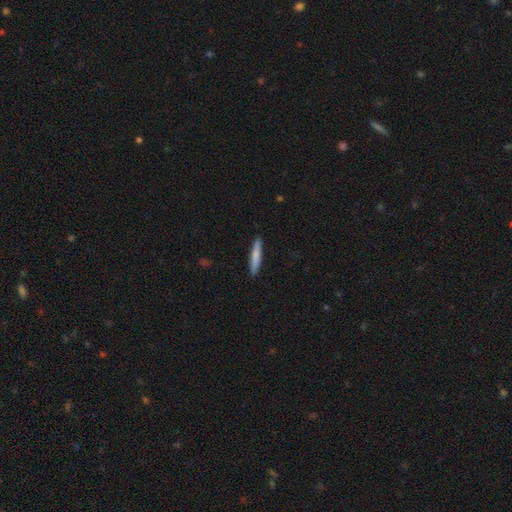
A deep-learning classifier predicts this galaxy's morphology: smooth-or-featured: smooth: 77% | featured or disk: 18% | star or artifact: 5%
  how-rounded: cigar-shaped: 91% | in between: 8% | round: 1%
  merging: none: 90% | minor disturbance: 7% | major disturbance: 1% | merger: 1%